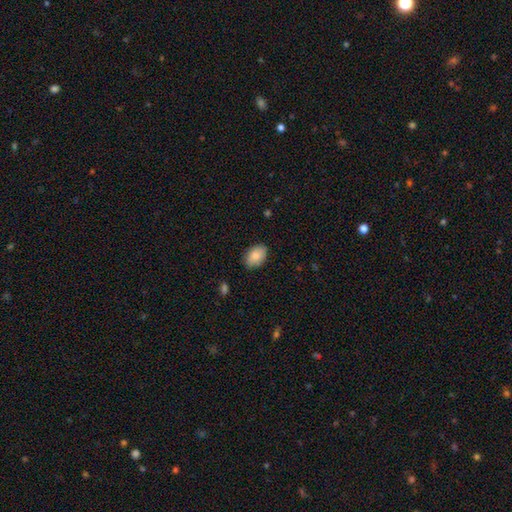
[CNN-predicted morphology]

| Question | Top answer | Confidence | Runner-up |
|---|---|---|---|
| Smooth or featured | smooth | 88% | star or artifact (7%) |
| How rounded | in between | 88% | round (11%) |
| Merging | none | 85% | minor disturbance (11%) |